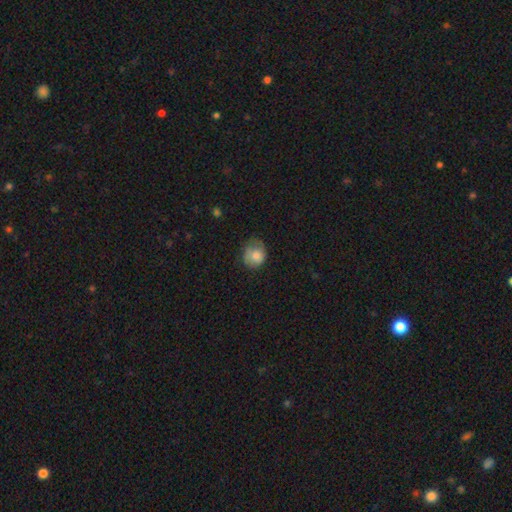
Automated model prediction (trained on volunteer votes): This is likely a smooth galaxy (76%). How rounded: likely round (67%). Merging: possibly none (52%).